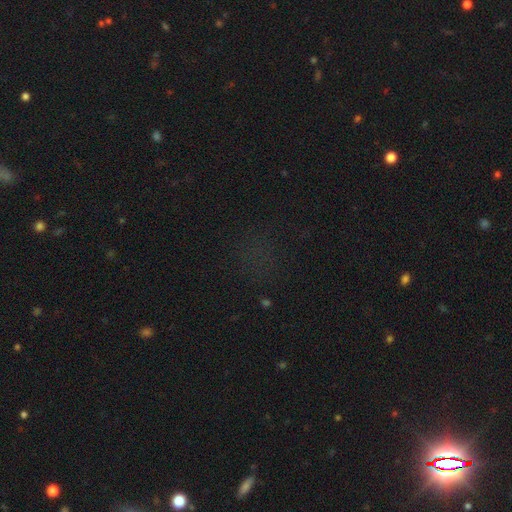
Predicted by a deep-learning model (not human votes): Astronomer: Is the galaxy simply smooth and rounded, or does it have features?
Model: star or artifact — 68%.